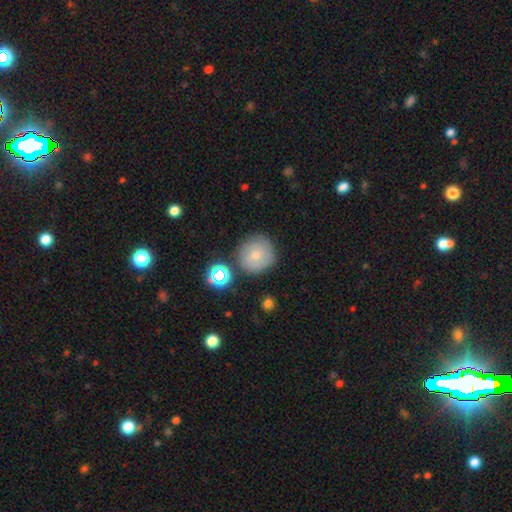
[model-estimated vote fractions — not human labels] Smooth or featured? smooth (62%)
How rounded? round (92%)
Merging? none (77%)